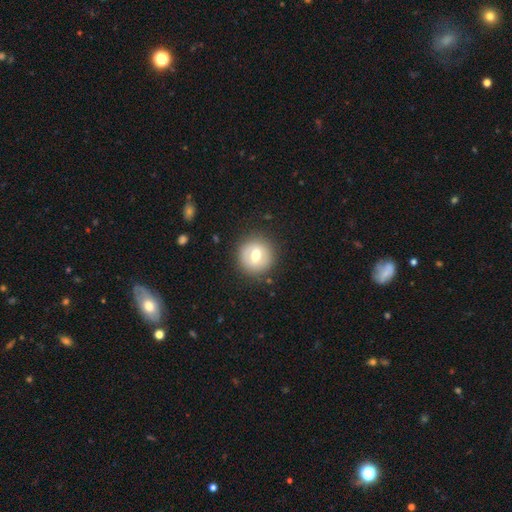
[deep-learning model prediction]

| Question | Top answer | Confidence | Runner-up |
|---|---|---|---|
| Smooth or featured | smooth | 58% | featured or disk (34%) |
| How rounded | round | 92% | in between (7%) |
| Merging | none | 87% | minor disturbance (9%) |